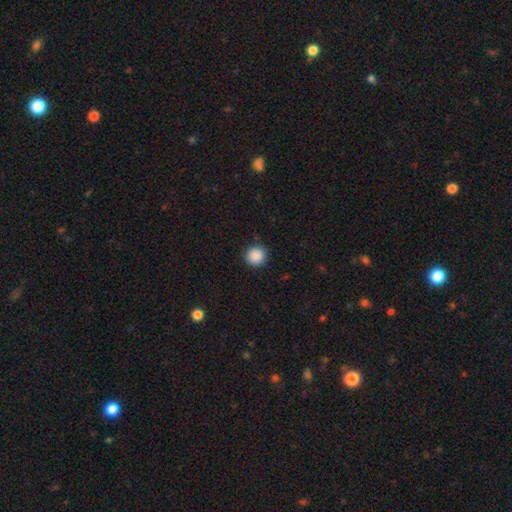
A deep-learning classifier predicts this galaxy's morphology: This appears to be a smooth galaxy with no disk features (89%) that is round (94%). Merging: none (91%).